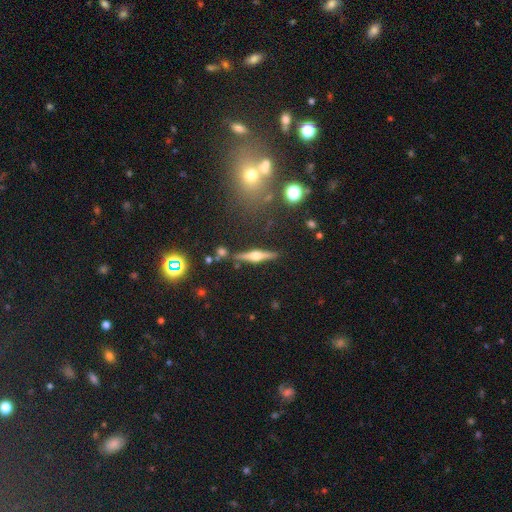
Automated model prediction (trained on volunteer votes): Morphology: type=featured or disk (74%); edge-on=yes (97%); edge-on bulge=rounded (94%); merging=none (85%).